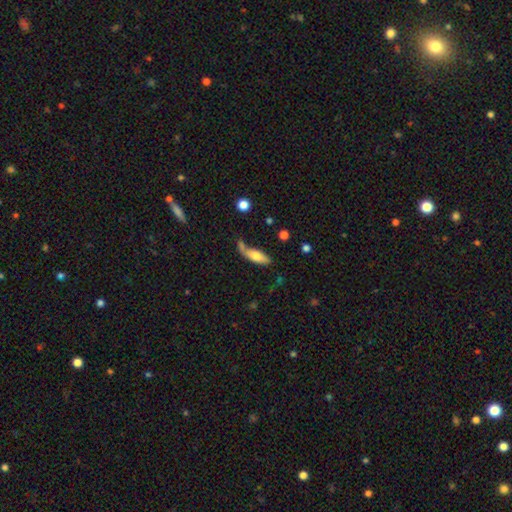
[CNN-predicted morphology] Smooth or featured?
  - smooth: 66% *
  - featured or disk: 27%
  - star or artifact: 7%
How rounded?
  - in between: 60% *
  - cigar-shaped: 38%
  - round: 3%
Merging?
  - none: 46% *
  - minor disturbance: 23%
  - merger: 18%
  - major disturbance: 12%